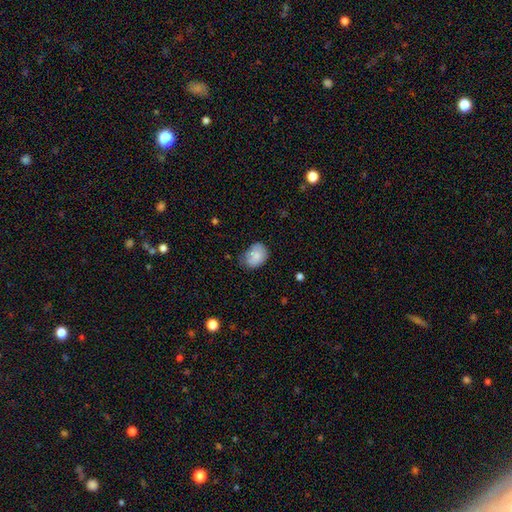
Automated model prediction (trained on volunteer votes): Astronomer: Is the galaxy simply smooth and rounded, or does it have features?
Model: smooth — 79%.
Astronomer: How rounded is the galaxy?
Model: in between — 67%.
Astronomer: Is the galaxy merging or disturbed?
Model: none — 51% (runner-up: minor disturbance, 36%).